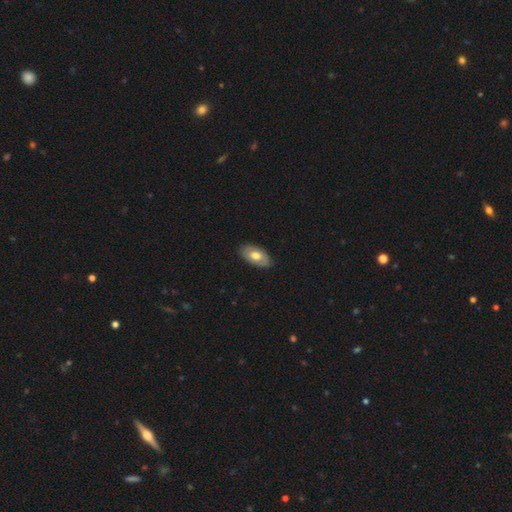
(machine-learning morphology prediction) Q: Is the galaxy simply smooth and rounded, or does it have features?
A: smooth — 63%.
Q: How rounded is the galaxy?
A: in between — 94%.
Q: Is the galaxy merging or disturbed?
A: none — 84%.